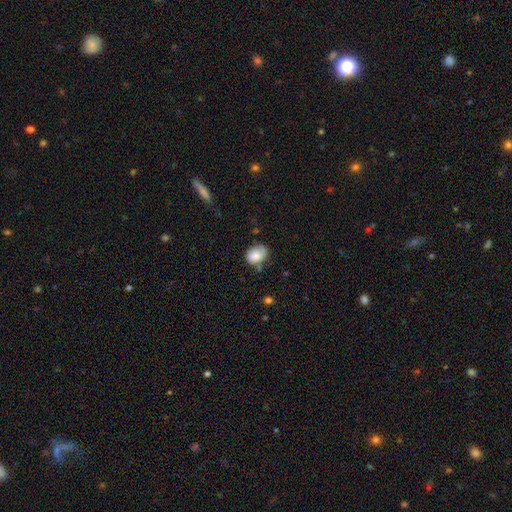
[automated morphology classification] Smooth or featured: smooth — 77% (featured or disk — 15%)
How rounded: in between — 69% (round — 30%)
Merging: none — 58% (minor disturbance — 29%)